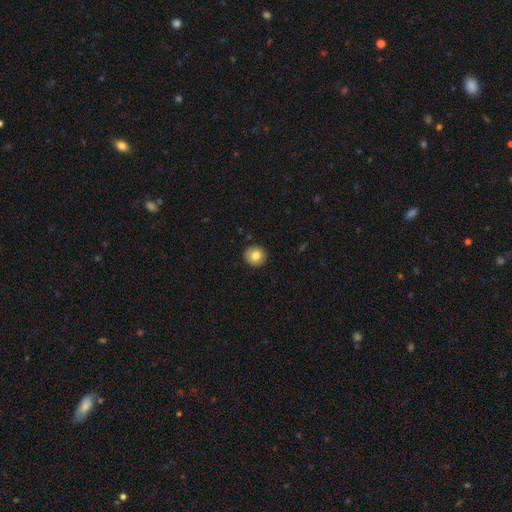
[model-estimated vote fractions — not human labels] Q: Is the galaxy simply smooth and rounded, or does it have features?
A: smooth — 79%.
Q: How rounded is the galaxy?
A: round — 92%.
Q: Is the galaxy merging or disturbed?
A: none — 92%.